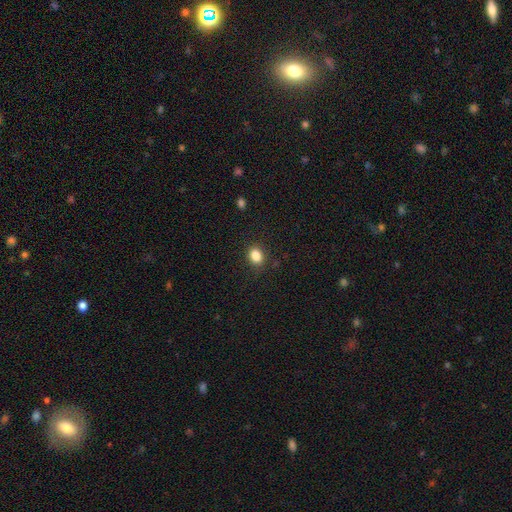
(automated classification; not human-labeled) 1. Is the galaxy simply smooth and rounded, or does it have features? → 85% smooth, 10% star or artifact, 4% featured or disk.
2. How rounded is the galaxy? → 57% in between, 42% round, 1% cigar-shaped.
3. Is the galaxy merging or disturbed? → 87% none, 9% minor disturbance, 3% major disturbance, 1% merger.